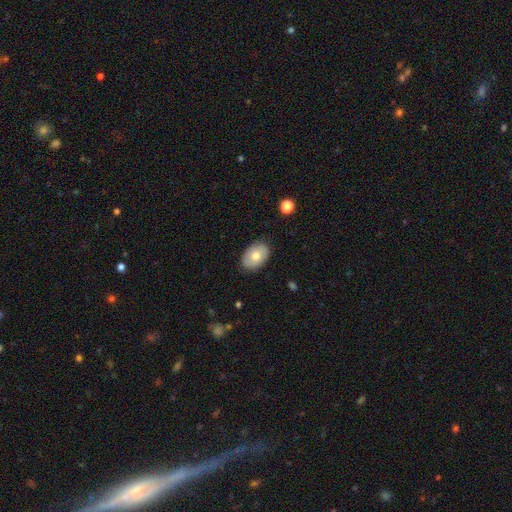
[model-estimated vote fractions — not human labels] smooth 70%, featured or disk 23%, star or artifact 7%. Down the decision tree: how rounded — in between (85%); merging — none (85%).